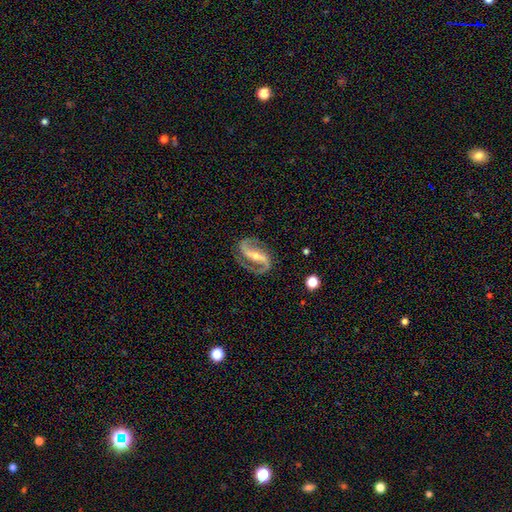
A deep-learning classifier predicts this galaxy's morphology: Smooth or featured: featured or disk — 92% (star or artifact — 5%)
Edge-on disk: no — 96% (yes — 4%)
Bar: strong — 62% (weak — 23%)
Spiral arms: yes — 97% (no — 3%)
Spiral winding: medium — 49% (loose — 33%)
Spiral arm count: 2 — 92% (1 — 3%)
Bulge size: small — 58% (moderate — 37%)
Merging: none — 79% (minor disturbance — 13%)